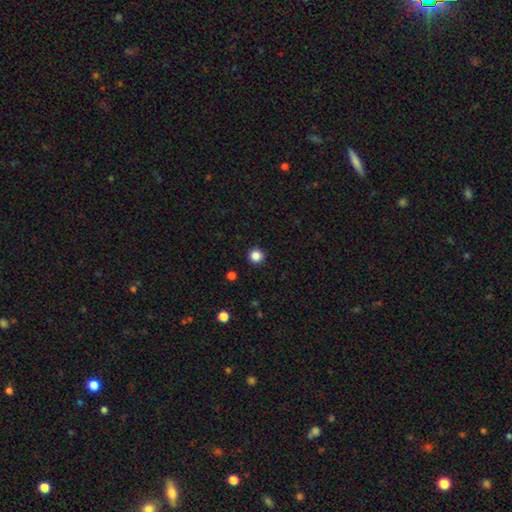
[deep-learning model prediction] Q: Smooth or featured?
A: smooth (85%); runner-up: star or artifact (11%)
Q: How rounded?
A: round (96%); runner-up: in between (3%)
Q: Merging?
A: none (93%); runner-up: minor disturbance (4%)